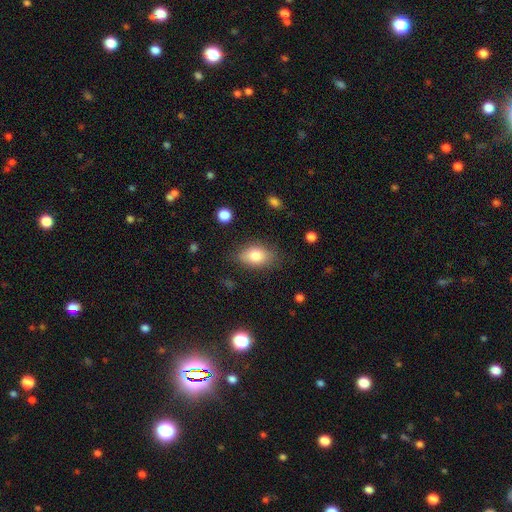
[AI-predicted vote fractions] smooth 80%, featured or disk 12%, star or artifact 8%. Down the decision tree: how rounded — in between (87%); merging — none (78%).